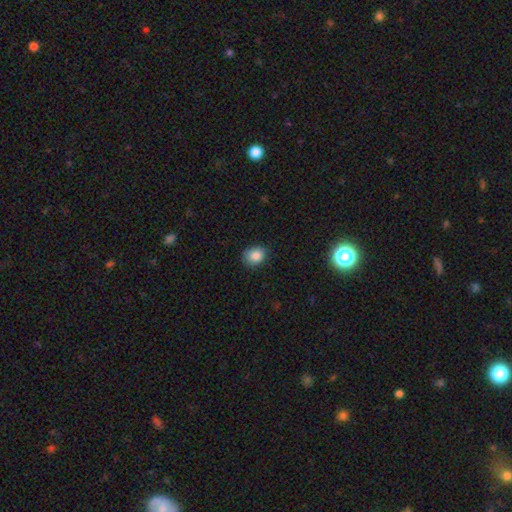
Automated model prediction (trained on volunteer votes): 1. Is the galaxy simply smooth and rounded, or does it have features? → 86% smooth, 10% star or artifact, 5% featured or disk.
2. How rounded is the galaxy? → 53% round, 46% in between, 1% cigar-shaped.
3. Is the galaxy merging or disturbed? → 79% none, 16% minor disturbance, 3% major disturbance, 1% merger.